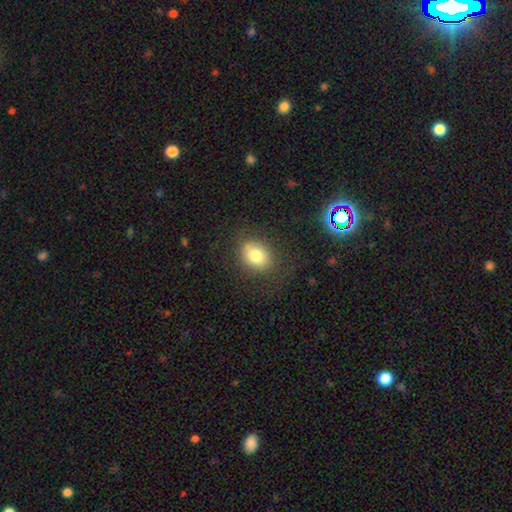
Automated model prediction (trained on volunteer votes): A smooth galaxy with no disk features (78%) that is in between round and cigar-shaped (57%). Merging: none (77%).